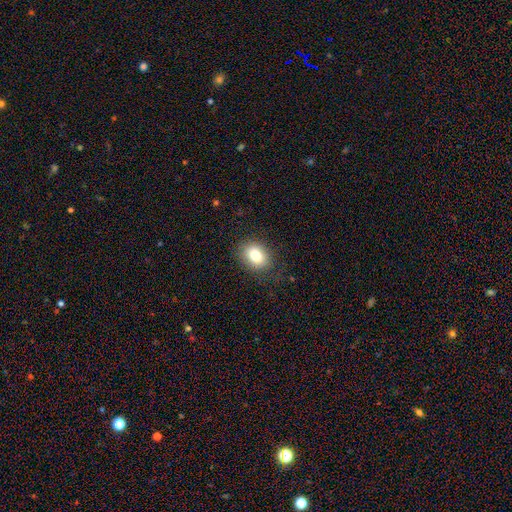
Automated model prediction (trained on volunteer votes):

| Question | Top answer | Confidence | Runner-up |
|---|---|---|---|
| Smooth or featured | smooth | 79% | featured or disk (11%) |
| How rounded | in between | 63% | round (36%) |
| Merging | none | 83% | minor disturbance (12%) |